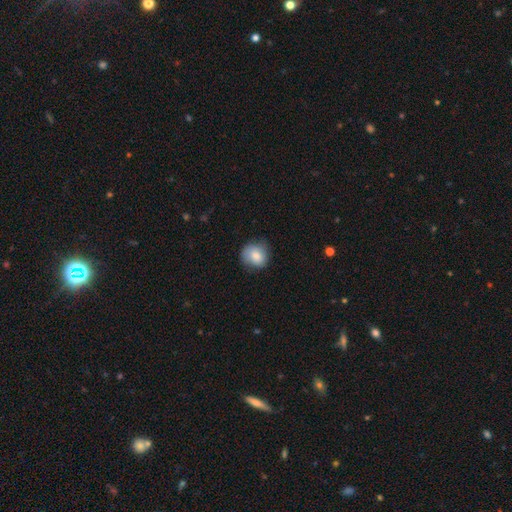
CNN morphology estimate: This is likely a smooth galaxy (77%). How rounded: likely round (75%). Merging: likely none (69%).